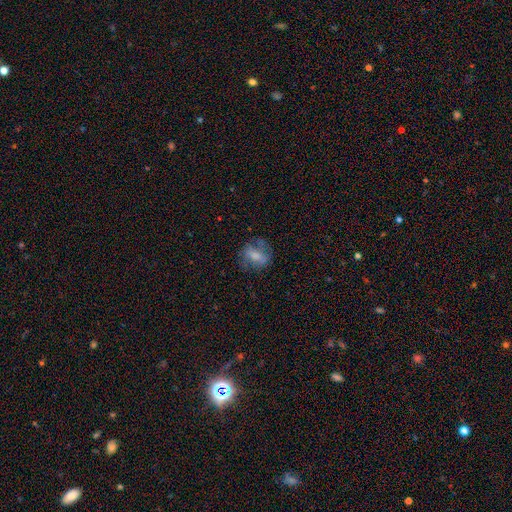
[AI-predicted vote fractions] Smooth or featured?
  - smooth: 50% *
  - featured or disk: 40%
  - star or artifact: 10%
Merging?
  - none: 59% *
  - minor disturbance: 22%
  - major disturbance: 17%
  - merger: 2%